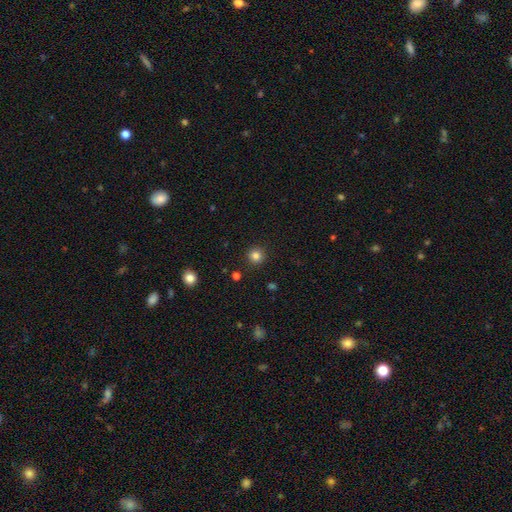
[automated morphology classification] The model was most divided on "smooth or featured": smooth: 83%, star or artifact: 12%, featured or disk: 5%. More confident: how rounded — round (95%); merging — none (92%).